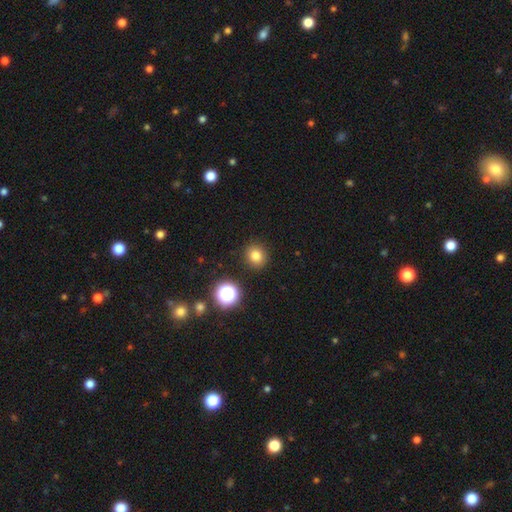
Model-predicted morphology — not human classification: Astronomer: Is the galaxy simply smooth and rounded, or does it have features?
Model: smooth — 79%.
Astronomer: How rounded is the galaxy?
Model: round — 86%.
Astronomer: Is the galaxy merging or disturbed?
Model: none — 90%.